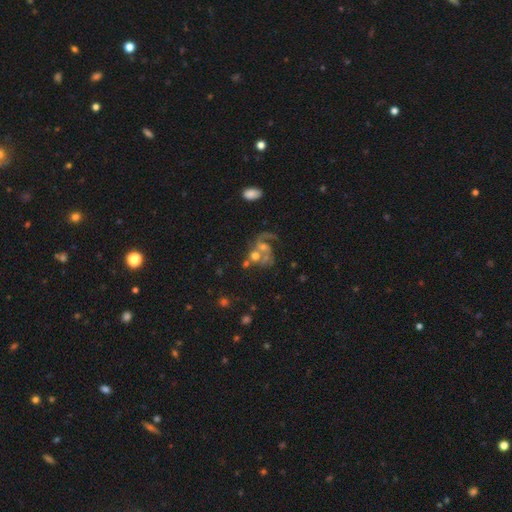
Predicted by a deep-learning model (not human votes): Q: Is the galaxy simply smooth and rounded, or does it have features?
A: featured or disk — 60%.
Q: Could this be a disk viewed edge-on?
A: no — 98%.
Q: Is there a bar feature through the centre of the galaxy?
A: no — 77%.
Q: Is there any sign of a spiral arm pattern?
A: yes — 69%.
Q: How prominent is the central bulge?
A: moderate — 47%.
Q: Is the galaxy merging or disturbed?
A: merger — 47%.